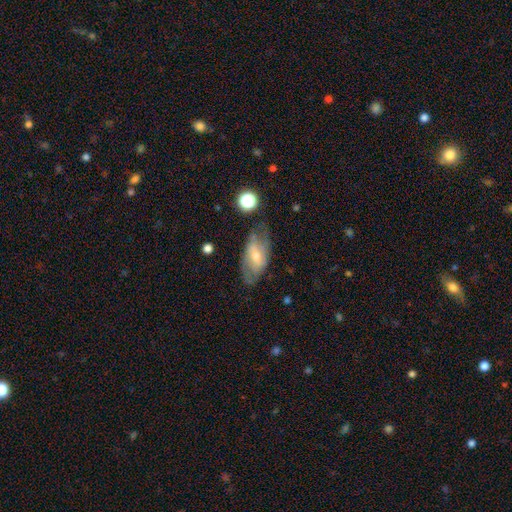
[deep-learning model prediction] smooth_or_featured: featured or disk (p=0.56) [alt: smooth p=0.37]
disk_edge_on: no (p=0.88) [alt: yes p=0.12]
merging: none (p=0.65) [alt: minor disturbance p=0.23]